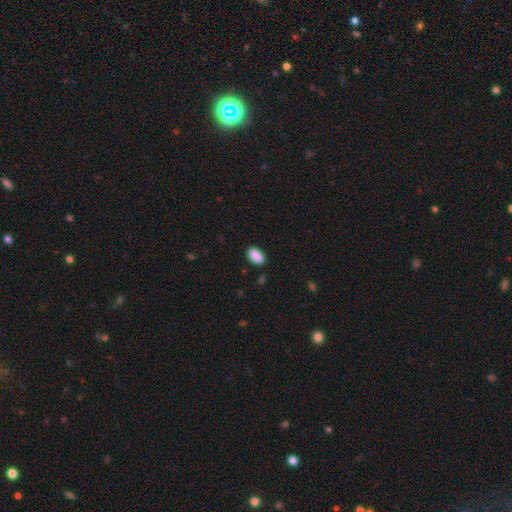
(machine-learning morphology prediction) Overall: smooth (89%). How rounded: in between (93%). Merging: none (84%).